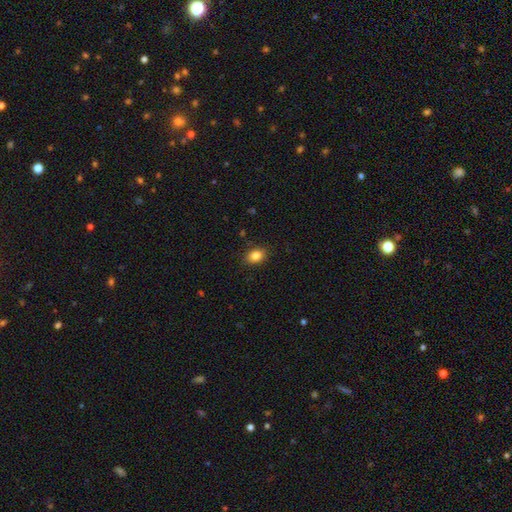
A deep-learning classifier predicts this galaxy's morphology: Q: Smooth or featured?
A: smooth (84%); runner-up: star or artifact (9%)
Q: How rounded?
A: in between (70%); runner-up: round (29%)
Q: Merging?
A: none (87%); runner-up: minor disturbance (10%)